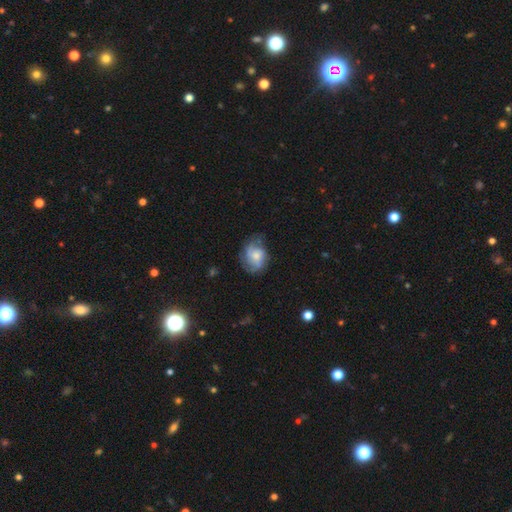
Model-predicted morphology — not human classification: Smooth or featured?
  - featured or disk: 61% *
  - smooth: 32%
  - star or artifact: 7%
Edge-on disk?
  - no: 97% *
  - yes: 3%
Bar?
  - no: 71% *
  - weak: 25%
  - strong: 4%
Spiral arms?
  - yes: 87% *
  - no: 13%
Spiral winding?
  - medium: 43% *
  - tight: 36%
  - loose: 22%
Spiral arm count?
  - 2: 38% *
  - can't tell: 27%
  - 3: 21%
  - 1: 5%
  - 4: 5%
  - more than 4: 3%
Bulge size?
  - moderate: 48% *
  - small: 40%
  - large: 6%
  - none: 4%
  - dominant: 1%
Merging?
  - none: 59% *
  - minor disturbance: 26%
  - major disturbance: 13%
  - merger: 1%